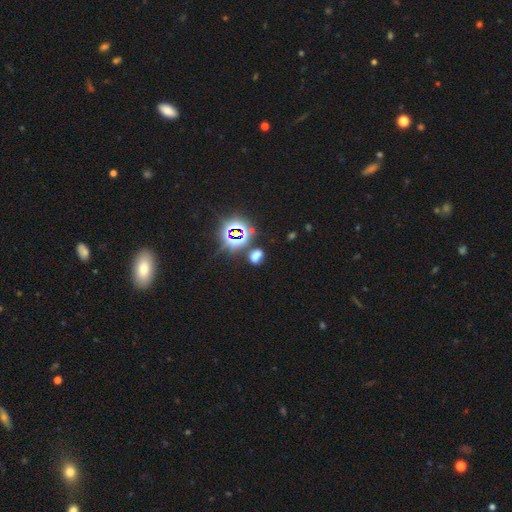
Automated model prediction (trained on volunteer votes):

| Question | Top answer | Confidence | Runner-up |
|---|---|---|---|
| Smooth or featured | smooth | 56% | star or artifact (37%) |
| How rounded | in between | 76% | round (22%) |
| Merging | none | 76% | minor disturbance (12%) |